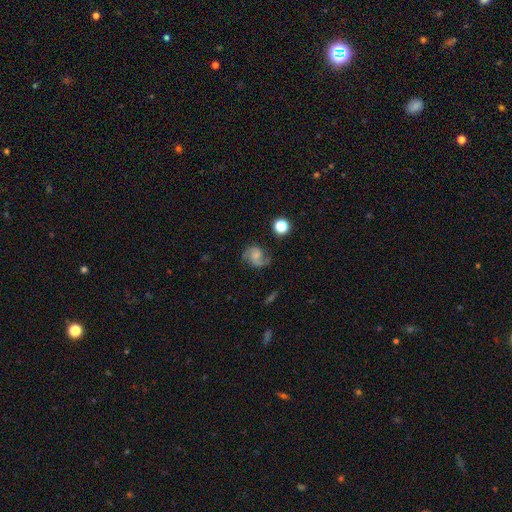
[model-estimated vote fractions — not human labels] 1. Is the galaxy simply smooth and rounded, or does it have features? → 72% featured or disk, 18% smooth, 9% star or artifact.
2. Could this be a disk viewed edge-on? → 98% no, 2% yes.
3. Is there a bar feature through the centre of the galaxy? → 58% no, 36% weak, 7% strong.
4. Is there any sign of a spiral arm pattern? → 94% yes, 6% no.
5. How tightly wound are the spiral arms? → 47% medium, 37% loose, 16% tight.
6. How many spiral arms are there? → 84% 2, 7% 1, 5% can't tell, 2% 3, 1% 4, 1% more than 4.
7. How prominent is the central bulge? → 42% small, 29% none, 23% moderate, 4% large, 2% dominant.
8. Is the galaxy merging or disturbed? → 66% none, 20% minor disturbance, 11% major disturbance, 3% merger.